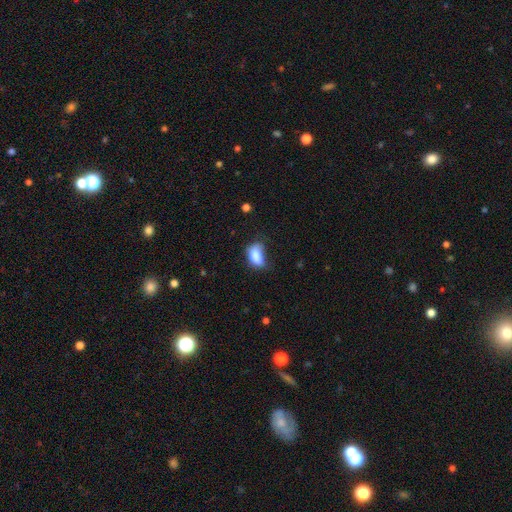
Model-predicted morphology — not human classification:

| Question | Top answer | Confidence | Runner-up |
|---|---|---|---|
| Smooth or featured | smooth | 83% | star or artifact (9%) |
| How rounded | in between | 88% | round (10%) |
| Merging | none | 39% | tied: minor disturbance (39%) |